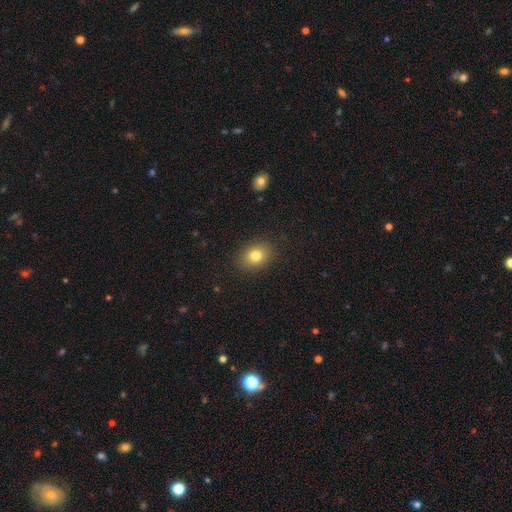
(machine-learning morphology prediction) This appears to be a smooth galaxy with no disk features (80%) that is in between round and cigar-shaped (64%). Merging: none (88%).